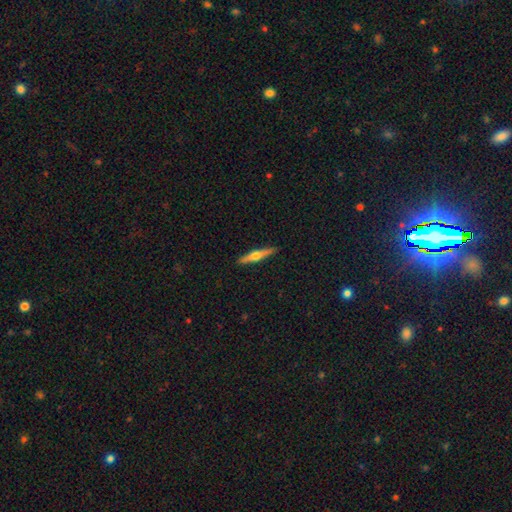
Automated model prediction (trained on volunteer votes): Smooth or featured?
  - featured or disk: 64% *
  - smooth: 31%
  - star or artifact: 5%
Edge-on disk?
  - yes: 97% *
  - no: 3%
Edge-on bulge?
  - rounded: 93% *
  - none: 4%
  - boxy: 4%
Merging?
  - none: 91% *
  - minor disturbance: 6%
  - major disturbance: 1%
  - merger: 1%